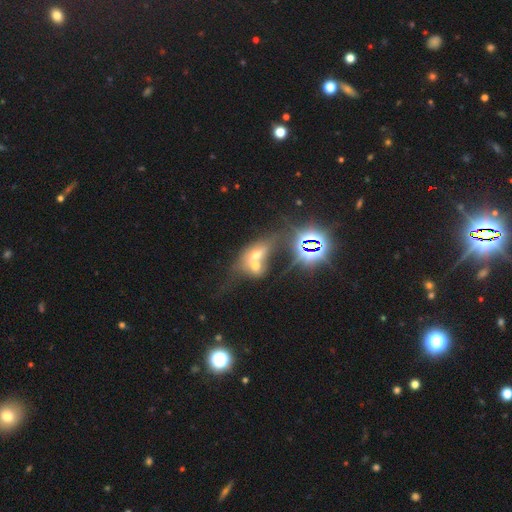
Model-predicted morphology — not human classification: smooth-or-featured: smooth: 39% | featured or disk: 34% | star or artifact: 27%
  merging: merger: 72% | none: 14% | major disturbance: 8% | minor disturbance: 6%